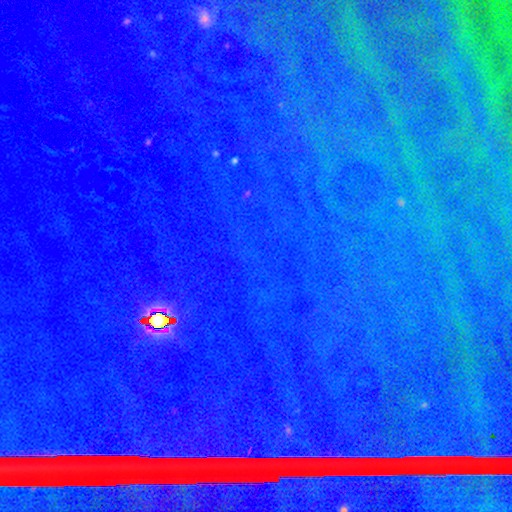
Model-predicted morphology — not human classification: Smooth or featured? Predicted: star or artifact (p=0.86).